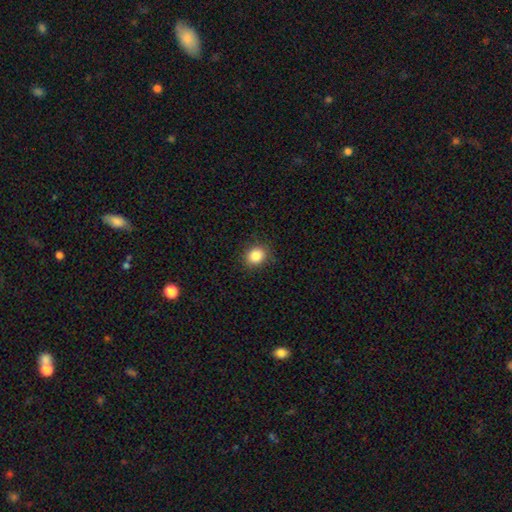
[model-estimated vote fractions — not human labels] The model was most divided on "how rounded": round: 69%, in between: 30%, cigar-shaped: 1%. More confident: merging — none (87%); smooth or featured — smooth (85%).